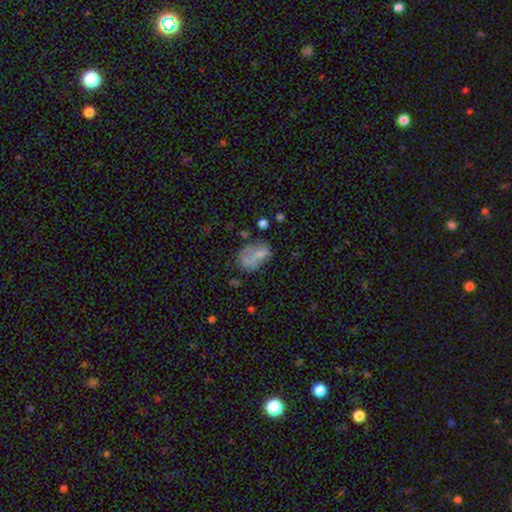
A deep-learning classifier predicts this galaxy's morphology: Smooth or featured: smooth — 62% (featured or disk — 26%)
How rounded: in between — 74% (round — 24%)
Merging: none — 34% (merger — 23%)